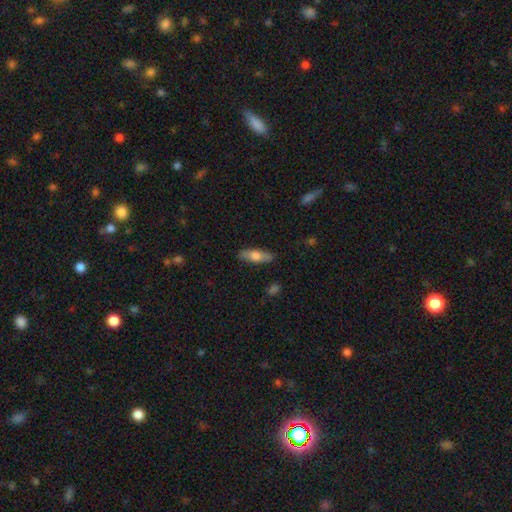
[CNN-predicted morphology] Overall: smooth (66%; featured or disk 28%). How rounded: in between (58%; cigar-shaped 39%). Merging: none (86%).